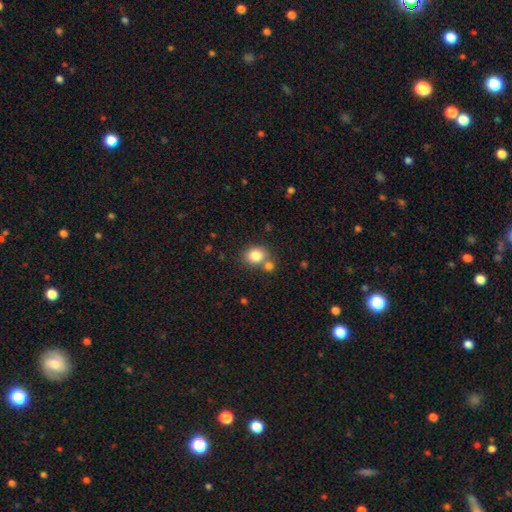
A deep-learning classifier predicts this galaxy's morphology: Q: Smooth or featured?
A: smooth (82%); runner-up: star or artifact (10%)
Q: How rounded?
A: round (68%); runner-up: in between (32%)
Q: Merging?
A: none (62%); runner-up: merger (25%)